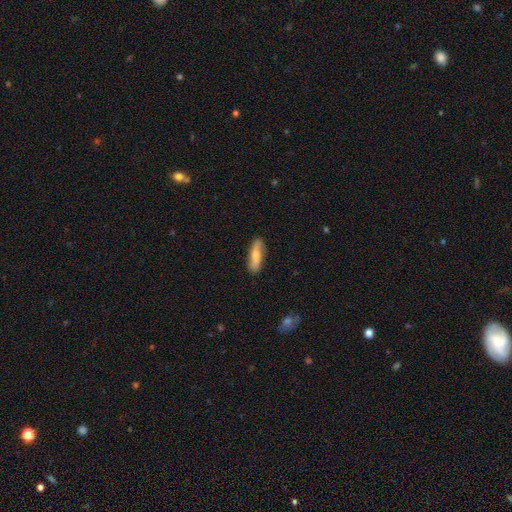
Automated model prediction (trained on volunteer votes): Smooth or featured?
  - smooth: 67% *
  - featured or disk: 27%
  - star or artifact: 6%
How rounded?
  - cigar-shaped: 60% *
  - in between: 38%
  - round: 2%
Merging?
  - none: 84% *
  - minor disturbance: 12%
  - major disturbance: 2%
  - merger: 1%